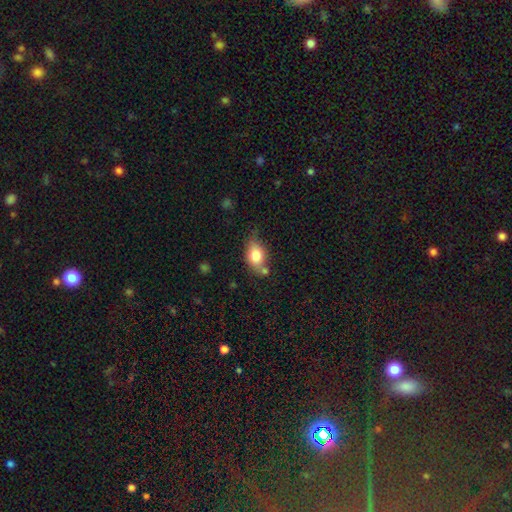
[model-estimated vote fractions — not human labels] The model was most divided on "merging": none: 56%, minor disturbance: 25%, merger: 13%, major disturbance: 6%. More confident: smooth or featured — smooth (79%); how rounded — in between (78%).